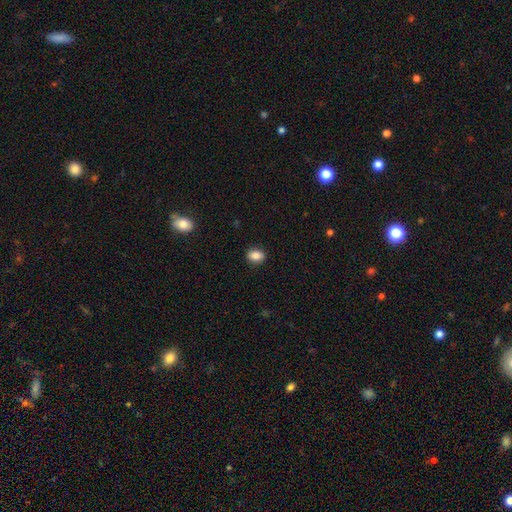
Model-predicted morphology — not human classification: smooth_or_featured: smooth (p=0.85) [alt: star or artifact p=0.09]
how_rounded: in between (p=0.66) [alt: round p=0.33]
merging: none (p=0.89) [alt: minor disturbance p=0.08]